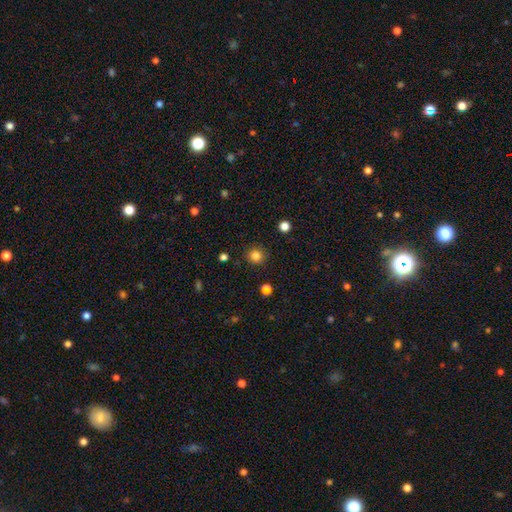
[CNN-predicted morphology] Q: Smooth or featured?
A: smooth (83%); runner-up: star or artifact (13%)
Q: How rounded?
A: round (92%); runner-up: in between (7%)
Q: Merging?
A: none (89%); runner-up: minor disturbance (7%)